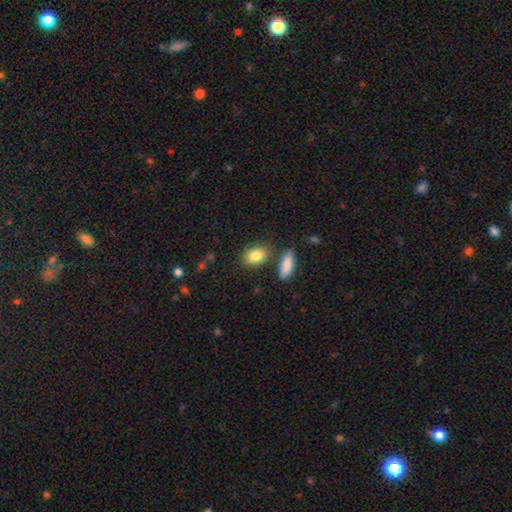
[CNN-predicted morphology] This is clearly a smooth galaxy (85%). How rounded: likely in between (78%). Merging: likely none (75%).